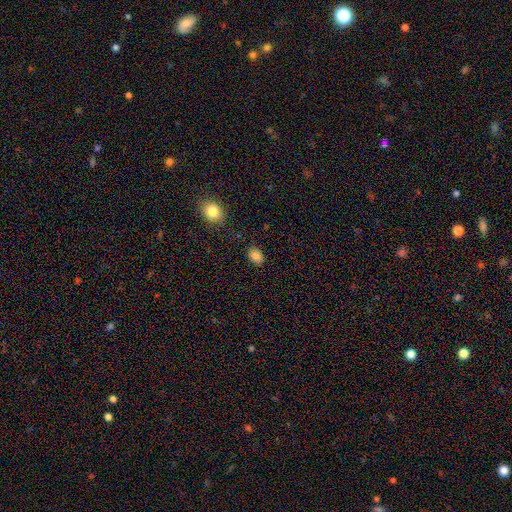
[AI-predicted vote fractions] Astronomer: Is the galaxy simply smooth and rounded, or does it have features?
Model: smooth — 84%.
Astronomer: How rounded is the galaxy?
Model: in between — 68%.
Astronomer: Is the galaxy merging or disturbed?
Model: none — 83%.